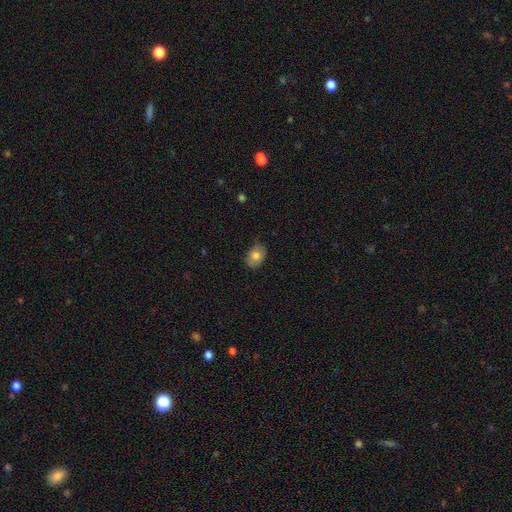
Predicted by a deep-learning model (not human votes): Smooth or featured: smooth — 78% (featured or disk — 14%)
How rounded: in between — 75% (round — 24%)
Merging: none — 68% (minor disturbance — 26%)